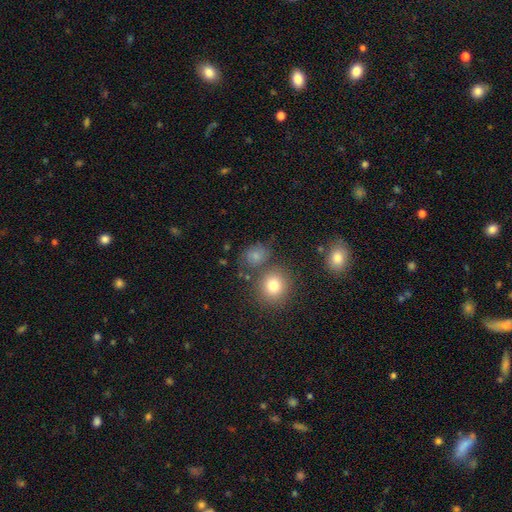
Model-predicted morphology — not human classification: smooth 64%, star or artifact 18%, featured or disk 17%. Down the decision tree: how rounded — round (62%); merging — none (63%).